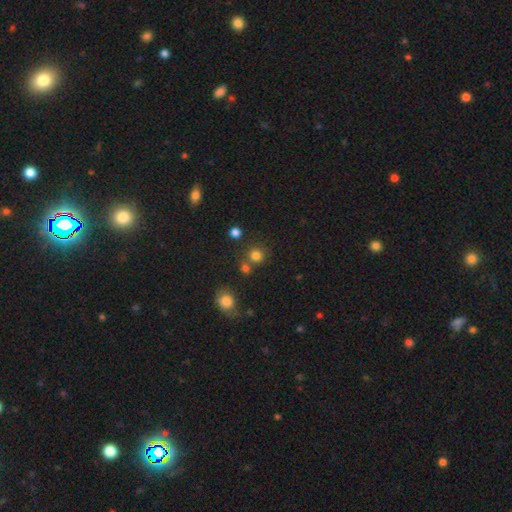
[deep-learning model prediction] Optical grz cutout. It shows a smooth galaxy with no disk features (77%) that is round (86%). Merging: none (69%).